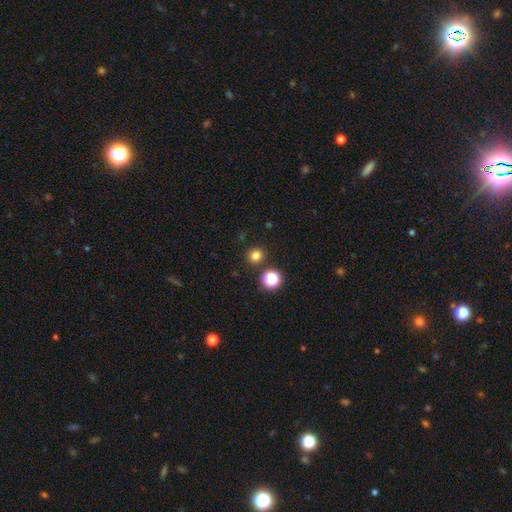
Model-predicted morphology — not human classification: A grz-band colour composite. It shows a smooth galaxy with no disk features (79%) that is round (91%). Merging: none (87%).